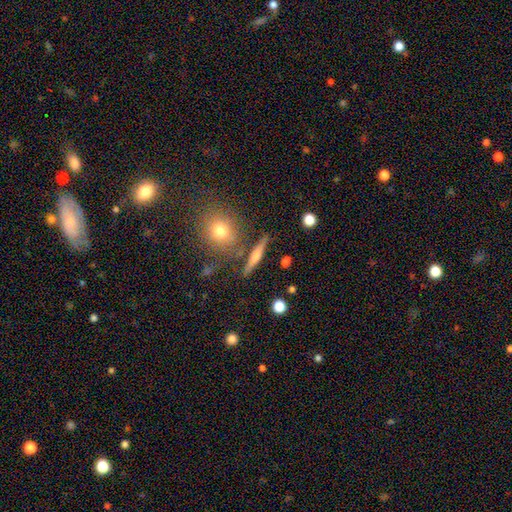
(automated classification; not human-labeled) featured or disk 51%, smooth 39%, star or artifact 10%. Down the decision tree: edge-on disk — yes (92%); merging — none (81%).